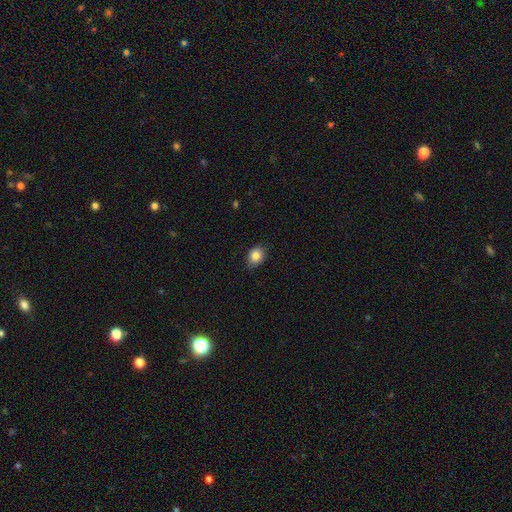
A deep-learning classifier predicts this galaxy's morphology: smooth 85%, star or artifact 9%, featured or disk 6%. Down the decision tree: how rounded — in between (57%); merging — none (81%).